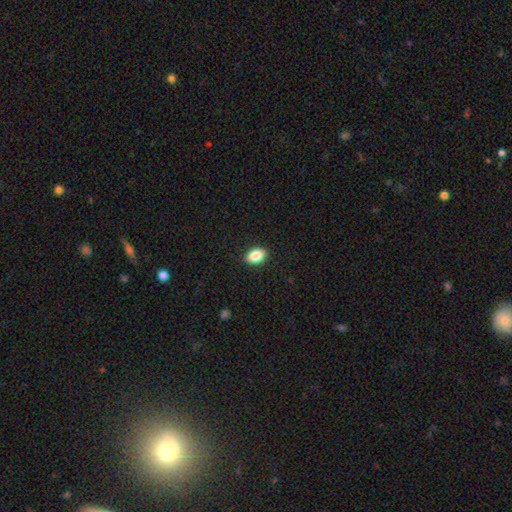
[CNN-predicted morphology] A smooth galaxy with no disk features (86%) that is in between round and cigar-shaped (87%).

Vote fractions:
- Smooth or featured? smooth: 86% / star or artifact: 8% / featured or disk: 6%
- How rounded? in between: 87% / round: 11% / cigar-shaped: 2%
- Merging? none: 90% / minor disturbance: 7% / major disturbance: 2% / merger: 1%